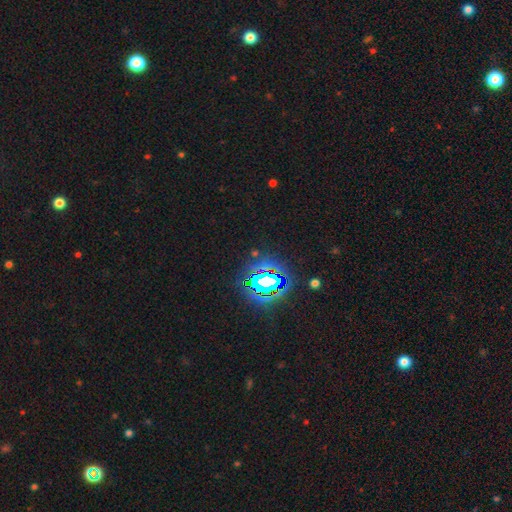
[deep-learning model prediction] A star or artifact, not a galaxy (78%).

Vote fractions:
- Smooth or featured? star or artifact: 78% / smooth: 13% / featured or disk: 9%